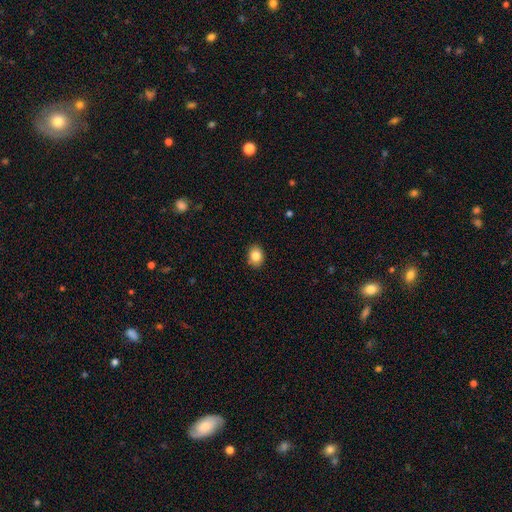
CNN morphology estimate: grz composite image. It shows a smooth galaxy with no disk features (84%) that is in between round and cigar-shaped (54%). Merging: none (89%).